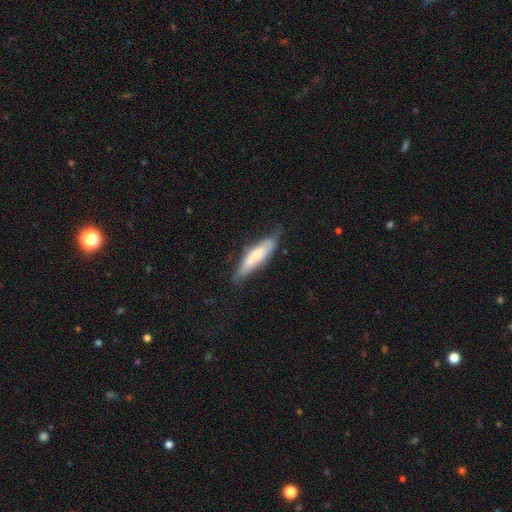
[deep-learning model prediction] Smooth or featured?
  - smooth: 69% *
  - featured or disk: 25%
  - star or artifact: 6%
How rounded?
  - cigar-shaped: 68% *
  - in between: 31%
  - round: 1%
Merging?
  - none: 65% *
  - minor disturbance: 27%
  - major disturbance: 7%
  - merger: 2%